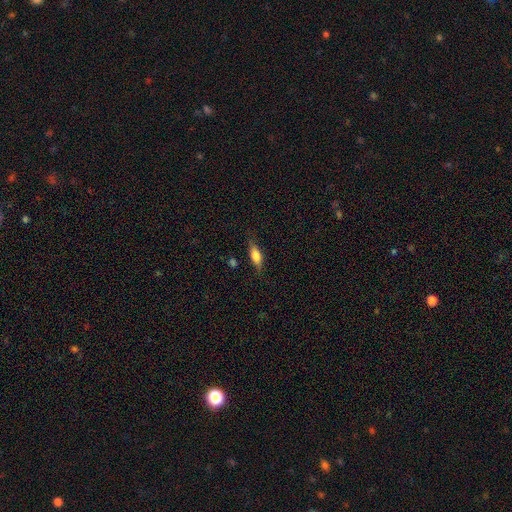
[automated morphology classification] This is likely a smooth galaxy (71%). How rounded: likely in between (66%). Merging: likely none (76%).